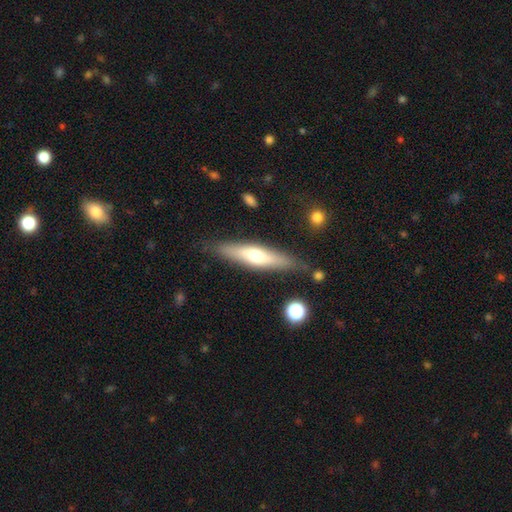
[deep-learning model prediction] A featured or disk galaxy (48%).

Vote fractions:
- Smooth or featured? featured or disk: 48% / smooth: 46% / star or artifact: 6%
- Merging? none: 82% / minor disturbance: 13% / major disturbance: 3% / merger: 2%